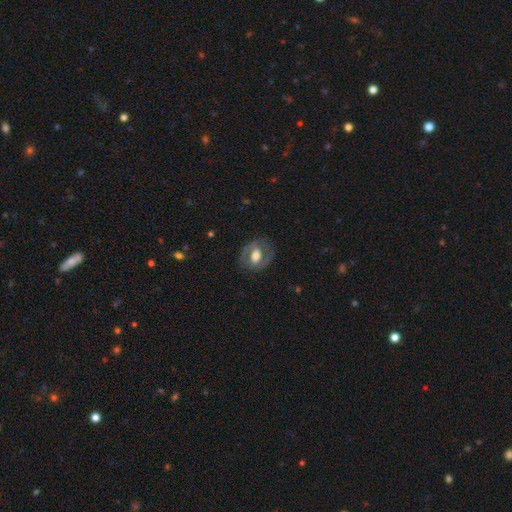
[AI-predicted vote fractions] Smooth or featured: featured or disk — 57% (smooth — 36%)
Edge-on disk: no — 94% (yes — 6%)
Bar: no — 47% (weak — 34%)
Spiral arms: no — 57% (yes — 43%)
Bulge size: moderate — 49% (large — 38%)
Merging: none — 75% (minor disturbance — 15%)